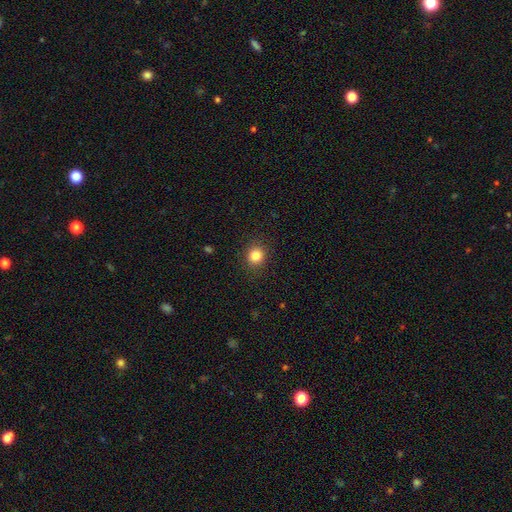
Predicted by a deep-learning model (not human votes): Overall: smooth (83%). How rounded: round (86%). Merging: none (89%).